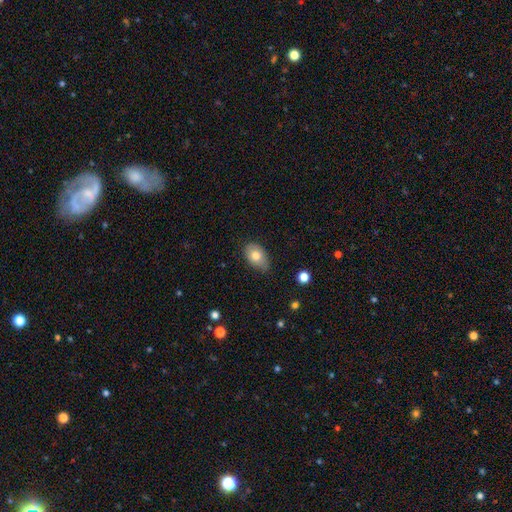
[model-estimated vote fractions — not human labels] This is likely a smooth galaxy (76%). How rounded: clearly in between (88%). Merging: likely none (71%).